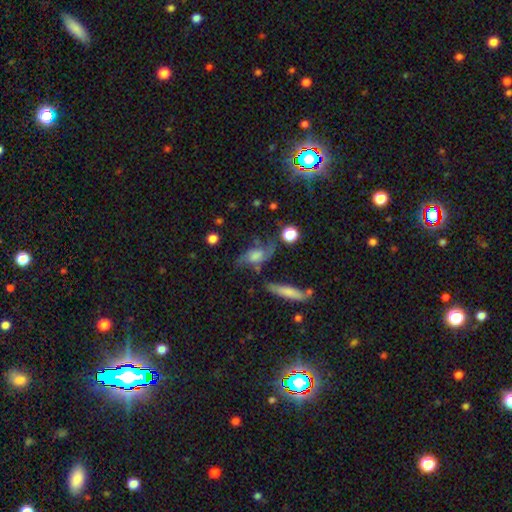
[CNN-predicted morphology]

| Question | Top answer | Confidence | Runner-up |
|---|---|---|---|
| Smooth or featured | featured or disk | 56% | smooth (32%) |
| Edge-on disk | no | 81% | yes (19%) |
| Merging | none | 51% | minor disturbance (23%) |